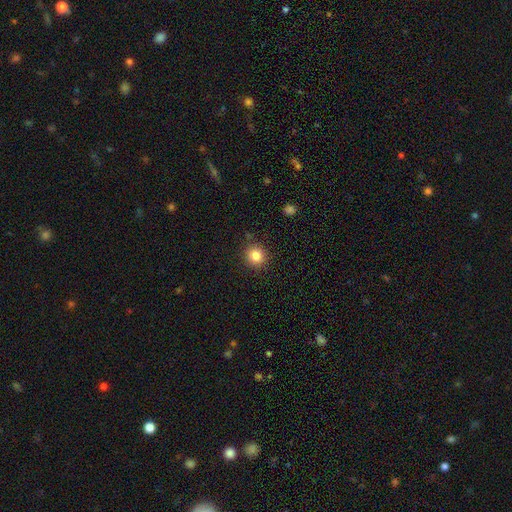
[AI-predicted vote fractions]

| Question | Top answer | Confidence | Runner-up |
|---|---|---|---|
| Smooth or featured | smooth | 83% | star or artifact (11%) |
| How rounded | round | 91% | in between (8%) |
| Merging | none | 89% | minor disturbance (7%) |